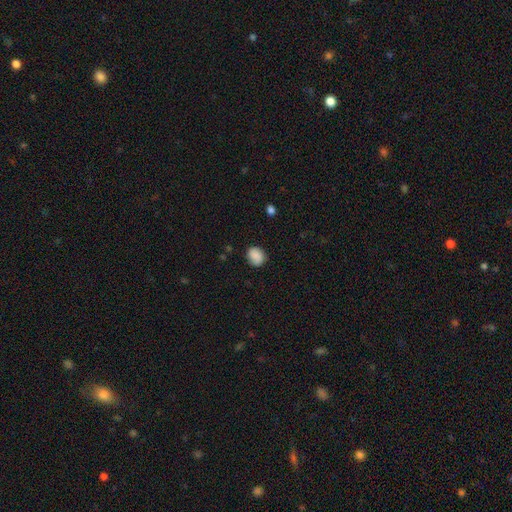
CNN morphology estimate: The model was most divided on "how rounded": round: 61%, in between: 38%, cigar-shaped: 1%. More confident: smooth or featured — smooth (83%); merging — none (77%).